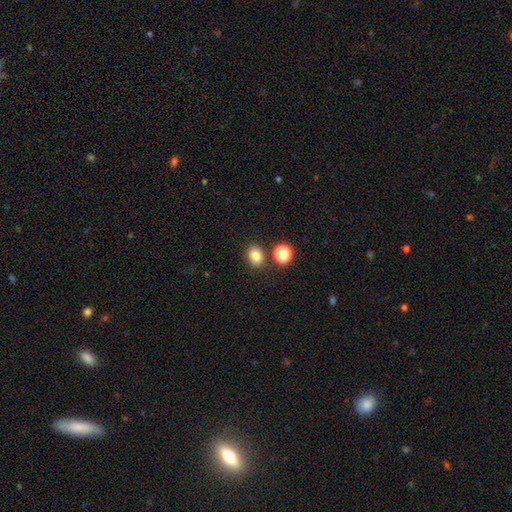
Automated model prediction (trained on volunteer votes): Q: Smooth or featured?
A: smooth (81%); runner-up: star or artifact (13%)
Q: How rounded?
A: in between (52%); runner-up: round (47%)
Q: Merging?
A: none (80%); runner-up: minor disturbance (9%)